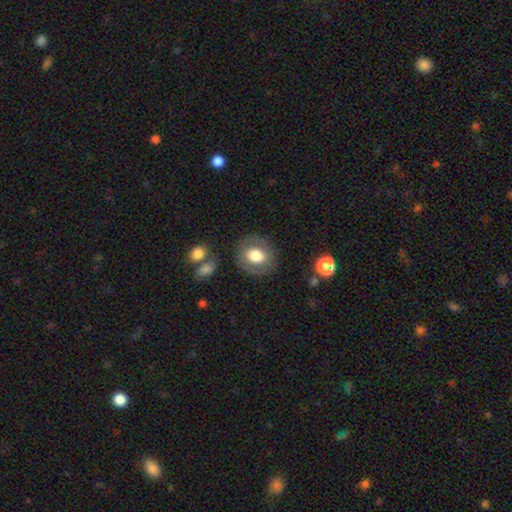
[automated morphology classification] A smooth galaxy with no disk features (64%) that is round (65%).

Vote fractions:
- Smooth or featured? smooth: 64% / featured or disk: 28% / star or artifact: 8%
- How rounded? round: 65% / in between: 34% / cigar-shaped: 1%
- Merging? none: 82% / minor disturbance: 11% / major disturbance: 5% / merger: 2%